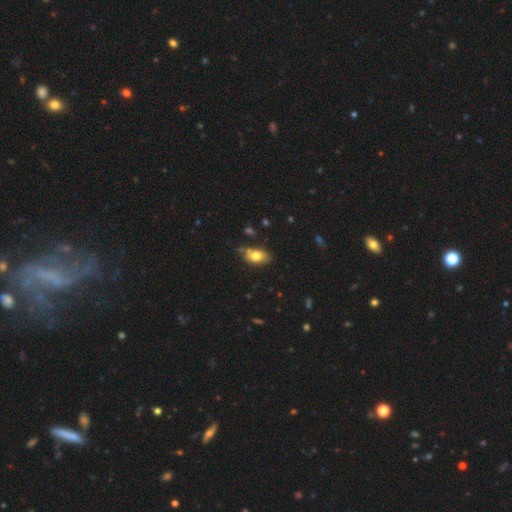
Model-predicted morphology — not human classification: Smooth or featured? Predicted: smooth (p=0.74). How rounded? Predicted: in between (p=0.88). Merging? Predicted: none (p=0.64).